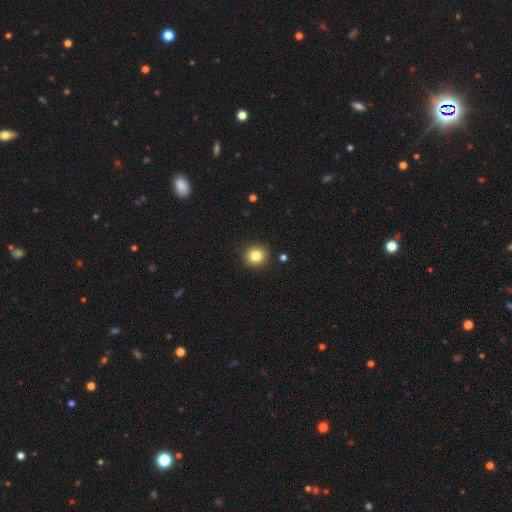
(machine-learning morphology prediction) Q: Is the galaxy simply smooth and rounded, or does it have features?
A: smooth — 83%.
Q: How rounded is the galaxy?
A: round — 91%.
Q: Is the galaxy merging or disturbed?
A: none — 91%.